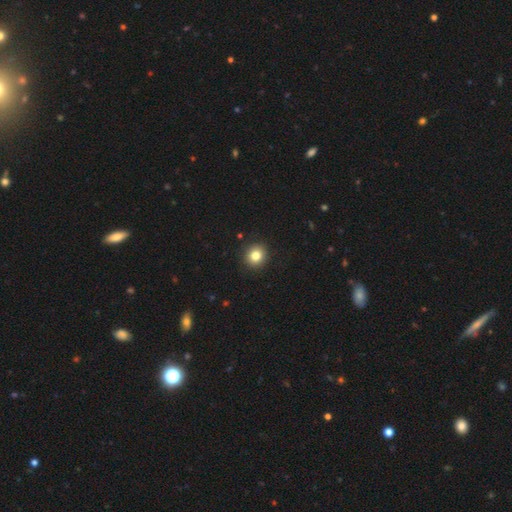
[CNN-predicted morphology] Smooth or featured?
  - smooth: 83% *
  - star or artifact: 11%
  - featured or disk: 7%
How rounded?
  - round: 84% *
  - in between: 15%
  - cigar-shaped: 1%
Merging?
  - none: 92% *
  - minor disturbance: 6%
  - major disturbance: 2%
  - merger: 1%